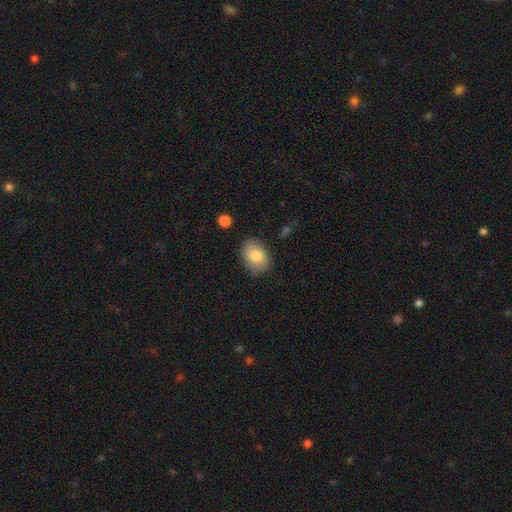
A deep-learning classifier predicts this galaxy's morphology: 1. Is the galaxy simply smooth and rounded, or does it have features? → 81% smooth, 12% featured or disk, 7% star or artifact.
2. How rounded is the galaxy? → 71% in between, 28% round, 1% cigar-shaped.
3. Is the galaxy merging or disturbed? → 78% none, 17% minor disturbance, 4% major disturbance, 2% merger.